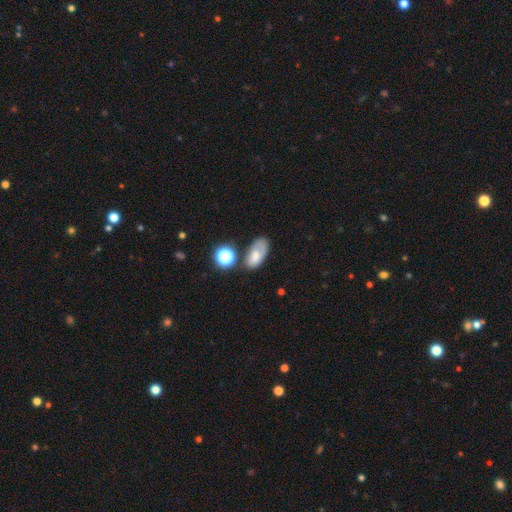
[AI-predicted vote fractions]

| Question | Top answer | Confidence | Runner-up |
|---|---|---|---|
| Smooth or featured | smooth | 70% | featured or disk (18%) |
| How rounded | in between | 88% | round (8%) |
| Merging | none | 48% | minor disturbance (26%) |